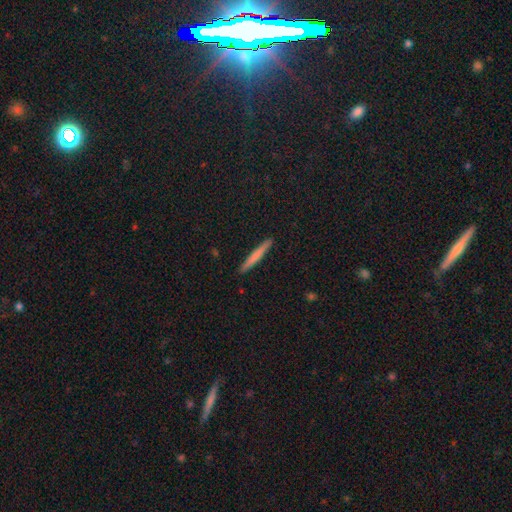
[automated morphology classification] Overall: smooth (66%; featured or disk 28%). How rounded: cigar-shaped (96%). Merging: none (91%).